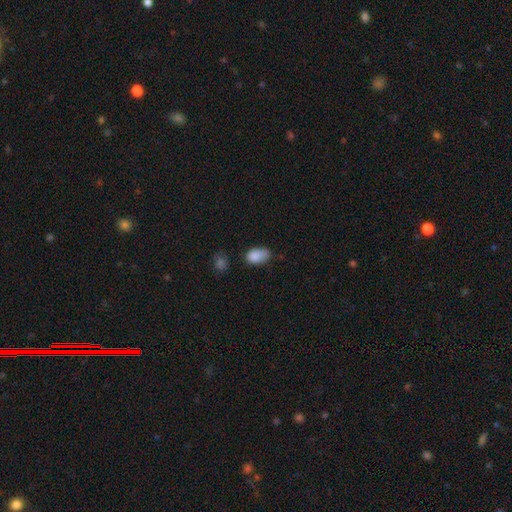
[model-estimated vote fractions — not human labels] A smooth galaxy with no disk features (86%) that is in between round and cigar-shaped (89%). Merging: none (54%).